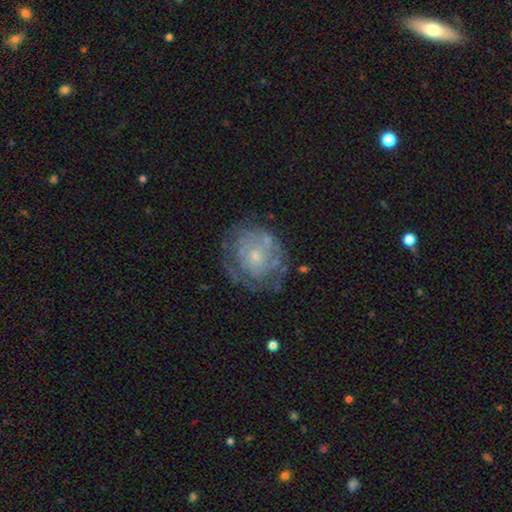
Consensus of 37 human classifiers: smooth-or-featured: featured or disk: 86% | smooth: 14% | star or artifact: 0%
  disk-edge-on: no: 94% | yes: 6%
    bar: no: 87% | weak: 10% | strong: 3%
    has-spiral-arms: yes: 63% | no: 37%
      spiral-winding: tight: 58% | medium: 32% | loose: 11%
      spiral-arm-count: can't tell: 53% | 2: 21% | more than 4: 16% | 1: 5% | 4: 5% | 3: 0%
    bulge-size: small: 73% | moderate: 17% | dominant: 3% | large: 3% | none: 3%
  merging: none: 49% | minor disturbance: 30% | major disturbance: 16% | merger: 5%